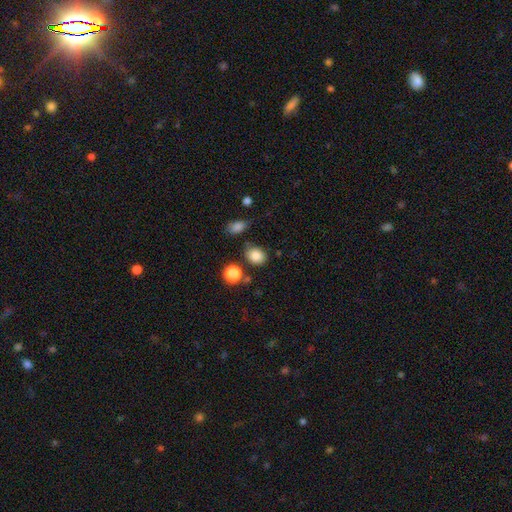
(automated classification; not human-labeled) smooth_or_featured: smooth (p=0.84) [alt: star or artifact p=0.11]
how_rounded: round (p=0.50) [alt: in between p=0.49]
merging: none (p=0.74) [alt: minor disturbance p=0.15]